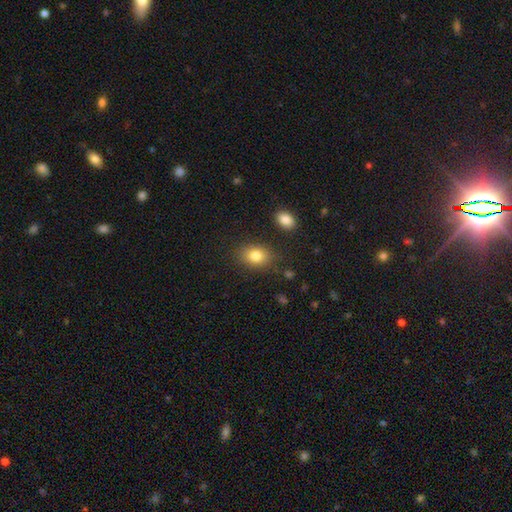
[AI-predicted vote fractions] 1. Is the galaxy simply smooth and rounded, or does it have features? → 82% smooth, 10% star or artifact, 8% featured or disk.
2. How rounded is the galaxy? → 64% in between, 35% round, 1% cigar-shaped.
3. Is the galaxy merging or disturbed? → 83% none, 11% minor disturbance, 3% major disturbance, 3% merger.